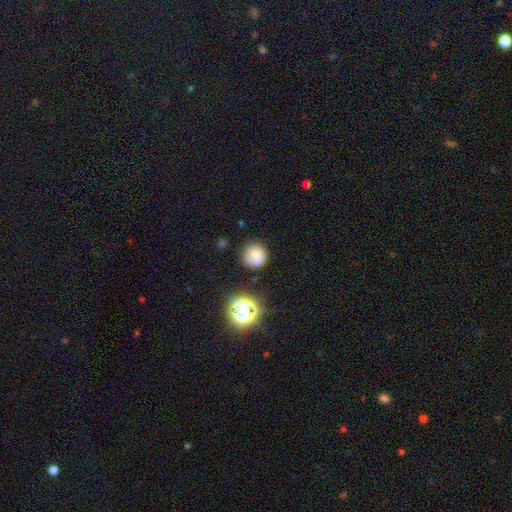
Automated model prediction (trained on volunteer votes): Smooth or featured? smooth (76%)
How rounded? round (93%)
Merging? none (81%)